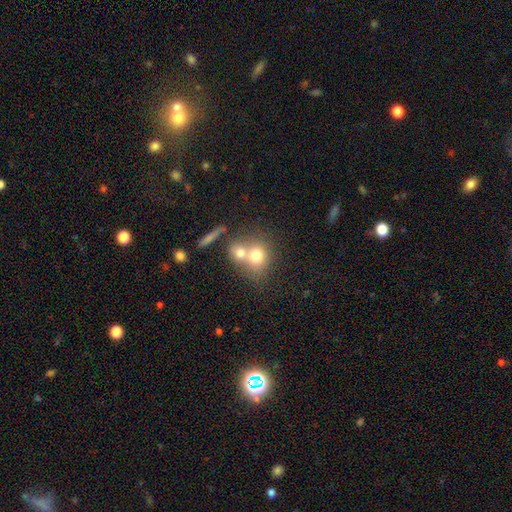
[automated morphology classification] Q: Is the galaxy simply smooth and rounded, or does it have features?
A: smooth — 70%.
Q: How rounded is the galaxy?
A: round — 73%.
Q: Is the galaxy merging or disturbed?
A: merger — 57%.